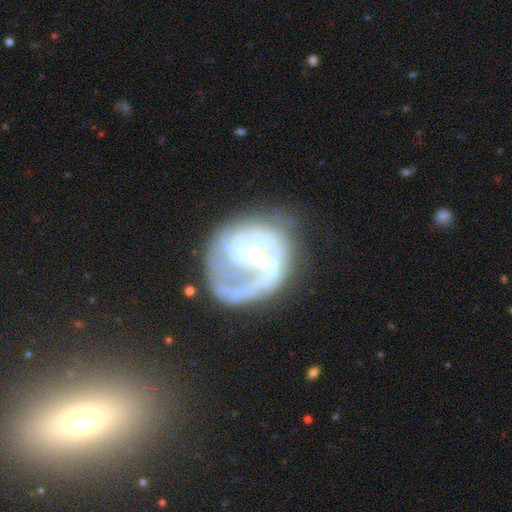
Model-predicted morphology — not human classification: type=featured or disk (84%); edge-on=no (98%); bar=no (44%); spiral arms=yes (88%); winding=medium (46%); arm count=2 (39%); bulge=small (71%); merging=none (44%).